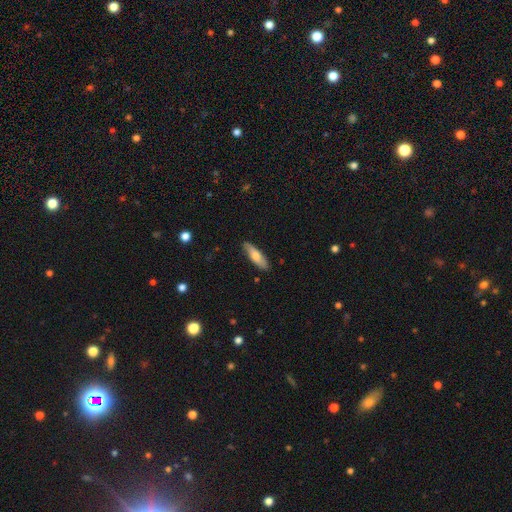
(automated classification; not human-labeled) Overall: smooth (69%). How rounded: cigar-shaped (57%; in between 41%). Merging: none (85%).